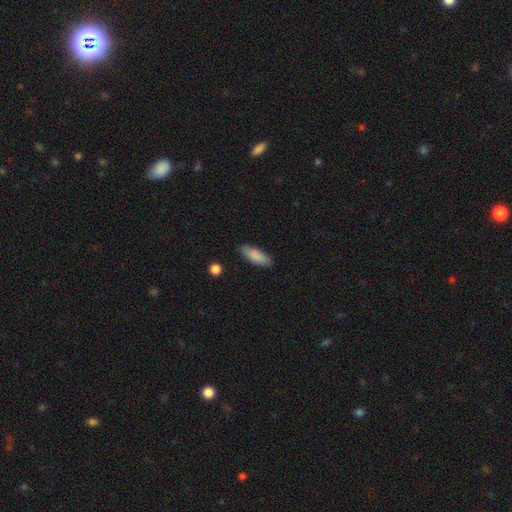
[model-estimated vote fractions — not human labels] This appears to be a smooth galaxy with no disk features (87%) that is in between round and cigar-shaped (65%). Merging: none (84%).